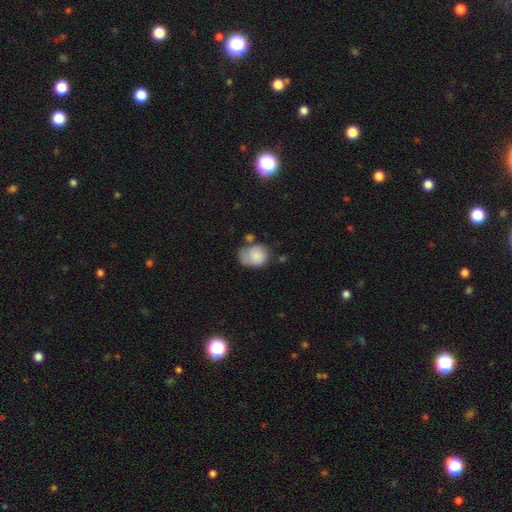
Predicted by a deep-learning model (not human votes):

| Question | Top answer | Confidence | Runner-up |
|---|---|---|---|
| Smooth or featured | smooth | 78% | featured or disk (15%) |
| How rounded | in between | 51% | round (48%) |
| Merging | none | 38% | minor disturbance (32%) |